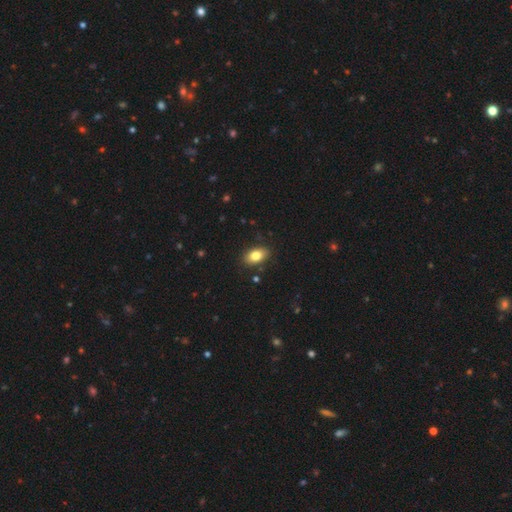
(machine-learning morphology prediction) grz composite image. It shows a smooth galaxy with no disk features (81%) that is in between round and cigar-shaped (89%). Merging: none (87%).